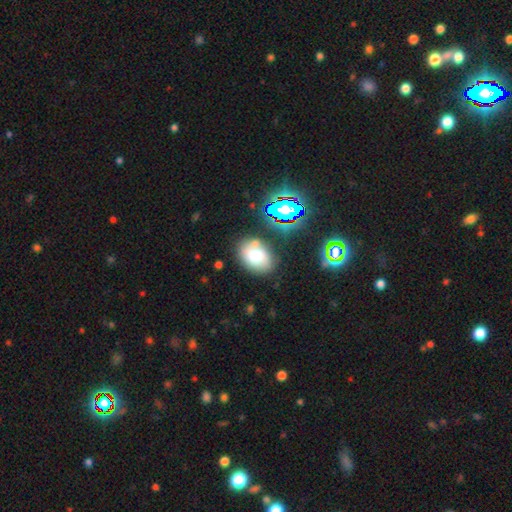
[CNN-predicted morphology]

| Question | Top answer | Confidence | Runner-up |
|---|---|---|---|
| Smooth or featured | smooth | 65% | featured or disk (20%) |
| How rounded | in between | 76% | round (23%) |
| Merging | none | 69% | minor disturbance (17%) |